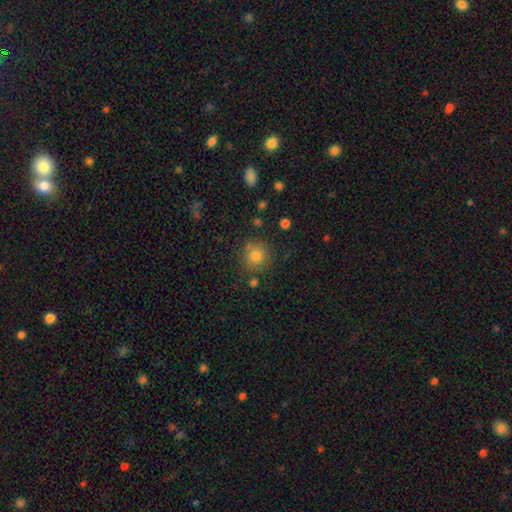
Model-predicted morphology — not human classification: smooth-or-featured: smooth: 80% | star or artifact: 13% | featured or disk: 8%
  how-rounded: round: 89% | in between: 10% | cigar-shaped: 1%
  merging: none: 79% | minor disturbance: 12% | merger: 5% | major disturbance: 4%